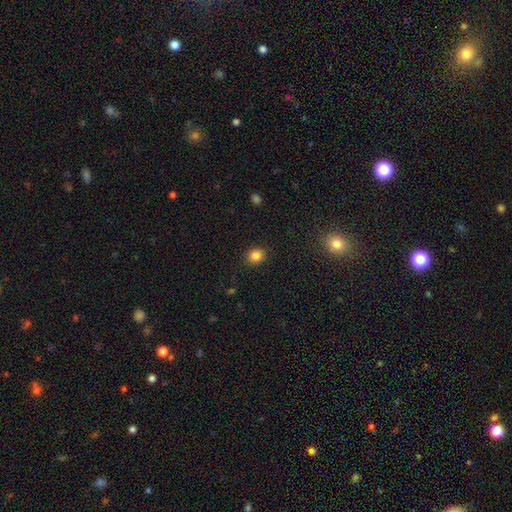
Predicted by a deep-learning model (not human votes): smooth-or-featured: smooth: 83% | star or artifact: 12% | featured or disk: 5%
  how-rounded: round: 70% | in between: 29% | cigar-shaped: 1%
  merging: none: 90% | minor disturbance: 7% | major disturbance: 2% | merger: 1%